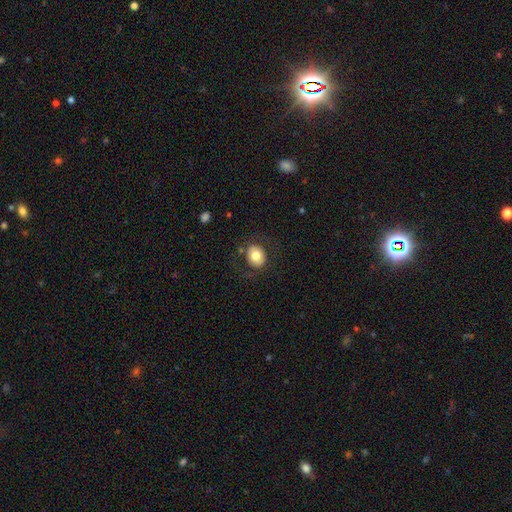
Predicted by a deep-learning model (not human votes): Q: Smooth or featured?
A: smooth (74%); runner-up: featured or disk (18%)
Q: How rounded?
A: round (58%); runner-up: in between (41%)
Q: Merging?
A: none (78%); runner-up: minor disturbance (12%)